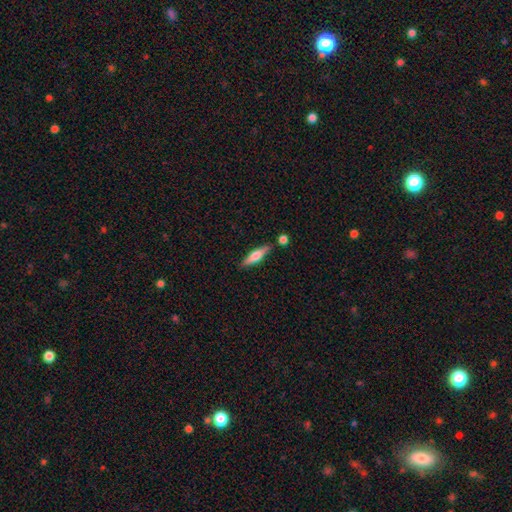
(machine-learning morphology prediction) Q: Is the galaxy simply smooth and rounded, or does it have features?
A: smooth — 52%.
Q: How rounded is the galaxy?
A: cigar-shaped — 73%.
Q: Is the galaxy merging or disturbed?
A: none — 78%.